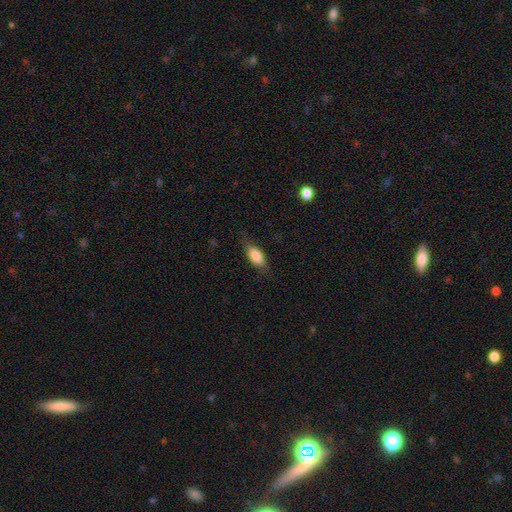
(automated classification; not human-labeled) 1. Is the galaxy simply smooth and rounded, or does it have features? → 81% smooth, 12% featured or disk, 7% star or artifact.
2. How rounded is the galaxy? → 83% in between, 13% cigar-shaped, 4% round.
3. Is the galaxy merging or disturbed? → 74% none, 19% minor disturbance, 6% major disturbance, 1% merger.